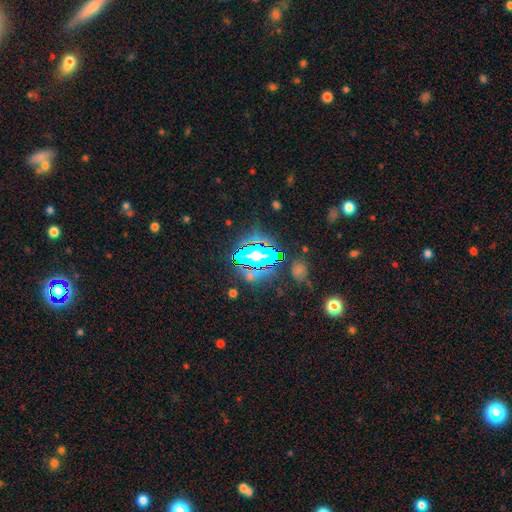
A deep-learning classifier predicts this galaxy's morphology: The model was most divided on "smooth or featured": star or artifact: 73%, smooth: 16%, featured or disk: 12%.